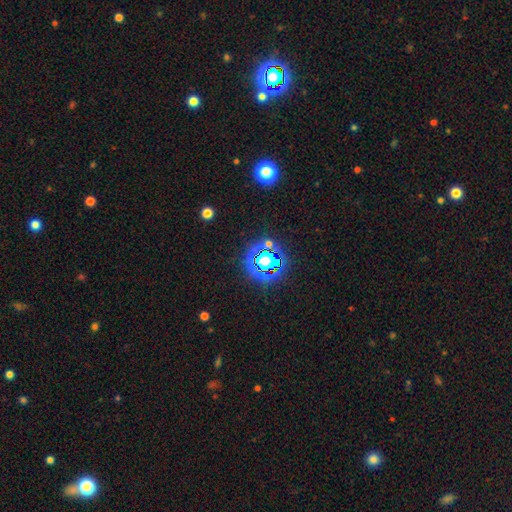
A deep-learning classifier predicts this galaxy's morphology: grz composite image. It shows a star or artifact, not a galaxy (79%).